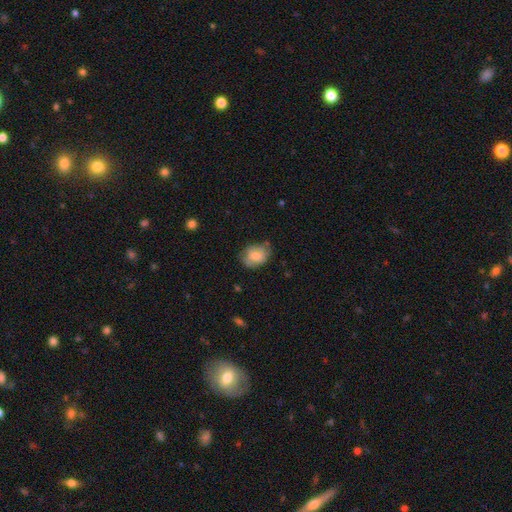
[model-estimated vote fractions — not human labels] Q: Smooth or featured?
A: smooth (74%); runner-up: featured or disk (18%)
Q: How rounded?
A: in between (62%); runner-up: round (37%)
Q: Merging?
A: none (65%); runner-up: minor disturbance (27%)